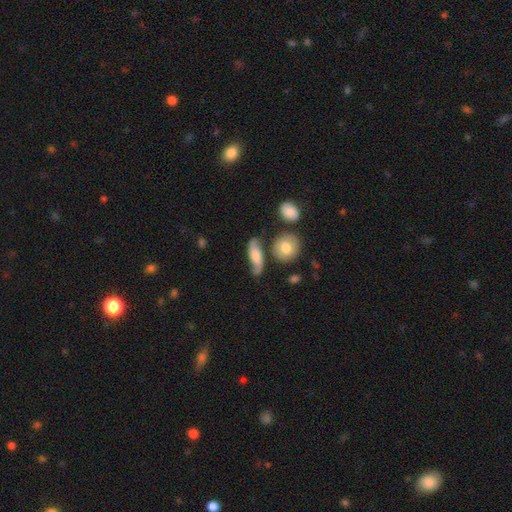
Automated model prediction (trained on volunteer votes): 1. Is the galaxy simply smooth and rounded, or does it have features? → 50% featured or disk, 43% smooth, 7% star or artifact.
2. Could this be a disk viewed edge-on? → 82% no, 18% yes.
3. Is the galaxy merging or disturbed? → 59% none, 23% minor disturbance, 10% major disturbance, 8% merger.